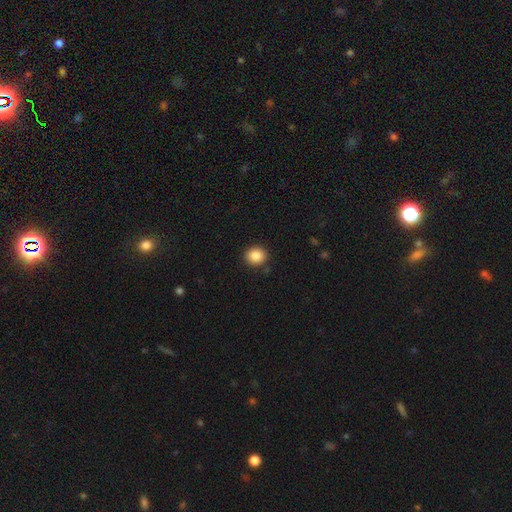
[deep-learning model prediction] This is clearly a smooth galaxy (86%). How rounded: clearly round (83%). Merging: clearly none (90%).